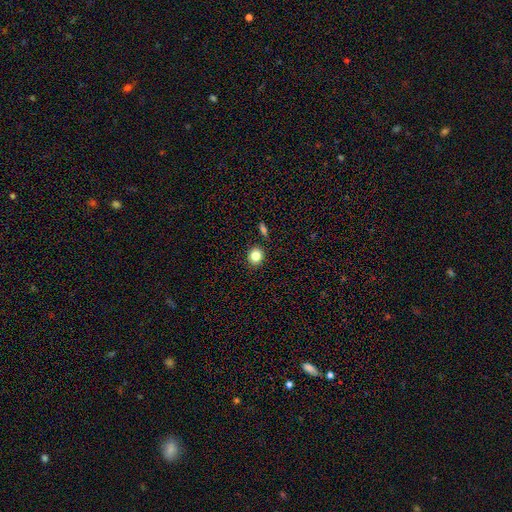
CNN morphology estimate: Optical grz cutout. It shows a smooth galaxy with no disk features (82%) that is round (82%). Merging: none (88%).